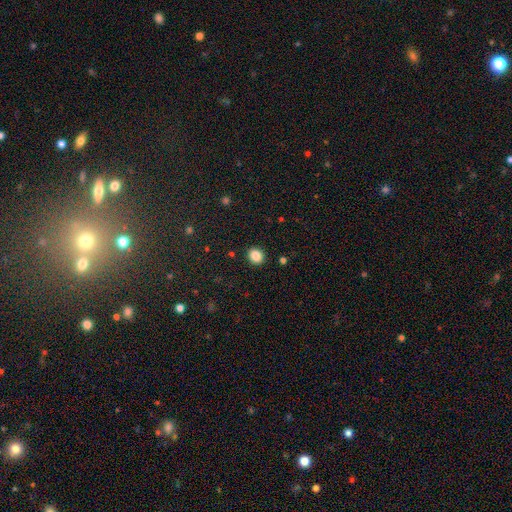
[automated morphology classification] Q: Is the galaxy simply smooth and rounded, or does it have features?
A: smooth — 86%.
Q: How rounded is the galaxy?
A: round — 69%.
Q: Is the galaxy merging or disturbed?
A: none — 91%.